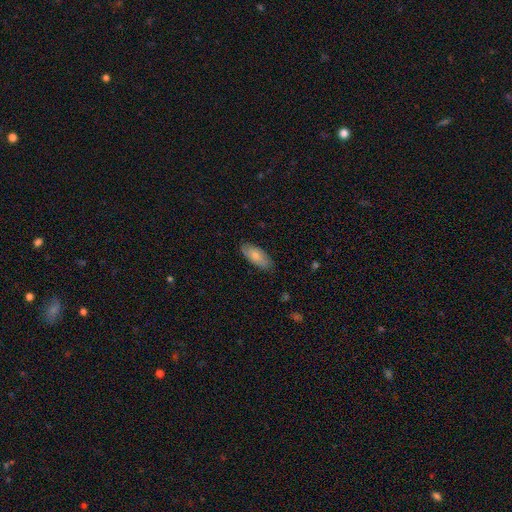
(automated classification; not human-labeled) This is likely a smooth galaxy (77%). How rounded: clearly in between (84%). Merging: clearly none (83%).